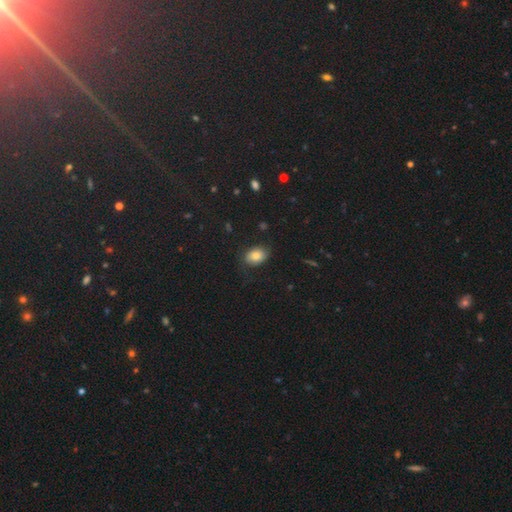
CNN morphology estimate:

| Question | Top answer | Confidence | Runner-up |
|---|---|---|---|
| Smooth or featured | smooth | 78% | featured or disk (12%) |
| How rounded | in between | 76% | round (23%) |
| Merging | none | 75% | minor disturbance (18%) |